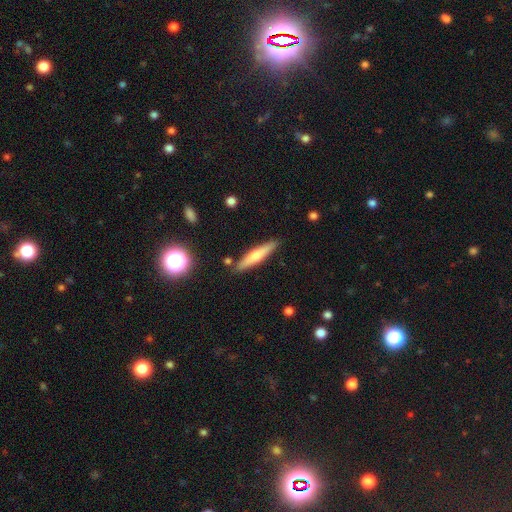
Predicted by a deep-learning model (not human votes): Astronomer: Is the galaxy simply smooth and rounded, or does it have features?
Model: smooth — 55% (runner-up: featured or disk, 38%).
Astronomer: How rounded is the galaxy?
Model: cigar-shaped — 86%.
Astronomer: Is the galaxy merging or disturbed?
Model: none — 87%.